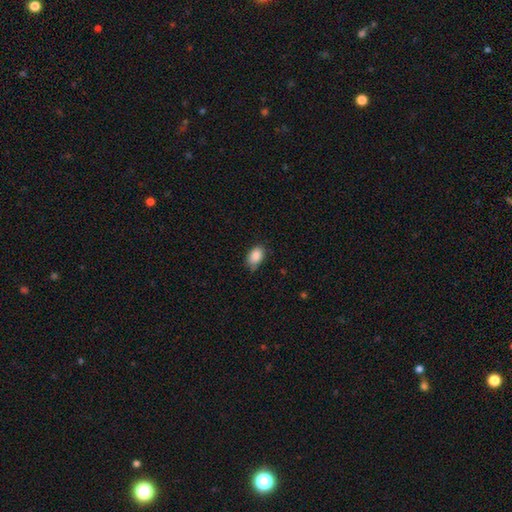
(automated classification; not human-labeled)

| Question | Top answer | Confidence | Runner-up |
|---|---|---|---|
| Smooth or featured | smooth | 87% | star or artifact (8%) |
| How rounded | in between | 87% | round (11%) |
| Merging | none | 70% | minor disturbance (25%) |